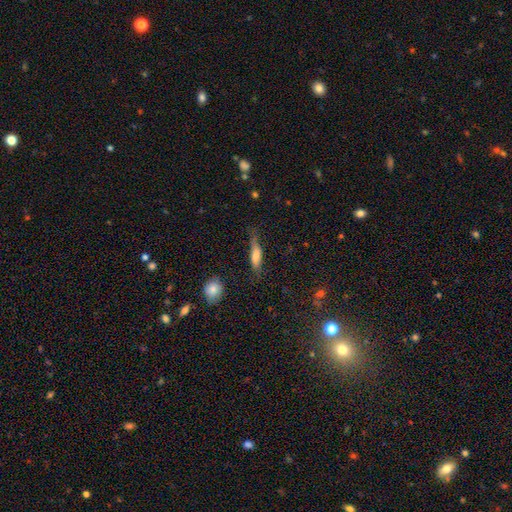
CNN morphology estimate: Smooth or featured?
  - smooth: 70% *
  - featured or disk: 22%
  - star or artifact: 8%
How rounded?
  - cigar-shaped: 52% *
  - in between: 45%
  - round: 3%
Merging?
  - none: 57% *
  - minor disturbance: 29%
  - major disturbance: 12%
  - merger: 3%